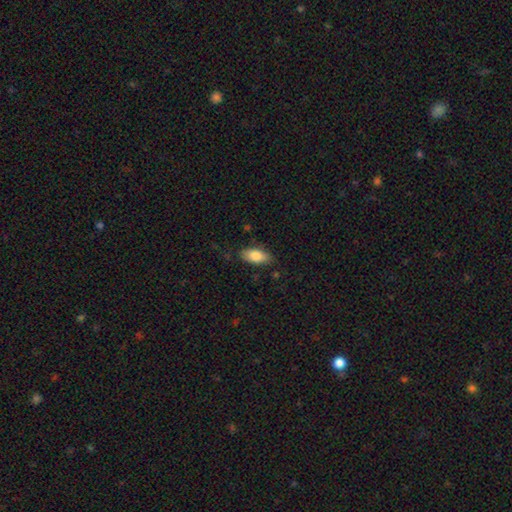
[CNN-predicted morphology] smooth 83%, featured or disk 11%, star or artifact 7%. Down the decision tree: how rounded — in between (89%); merging — none (81%).